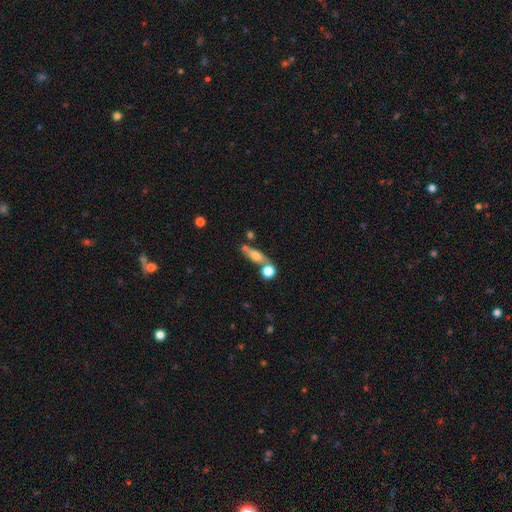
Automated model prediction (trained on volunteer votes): Smooth or featured?
  - smooth: 60% *
  - featured or disk: 30%
  - star or artifact: 10%
How rounded?
  - in between: 50% *
  - cigar-shaped: 37%
  - round: 13%
Merging?
  - none: 53% *
  - merger: 28%
  - minor disturbance: 13%
  - major disturbance: 6%